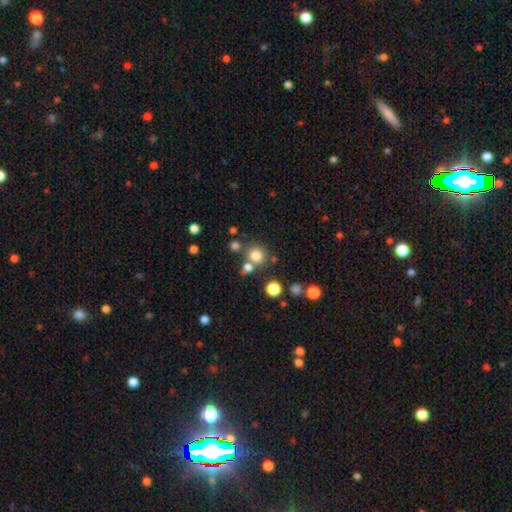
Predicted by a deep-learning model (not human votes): A smooth galaxy with no disk features (78%) that is round (86%).

Vote fractions:
- Smooth or featured? smooth: 78% / star or artifact: 14% / featured or disk: 7%
- How rounded? round: 86% / in between: 13% / cigar-shaped: 1%
- Merging? none: 67% / merger: 20% / minor disturbance: 9% / major disturbance: 4%